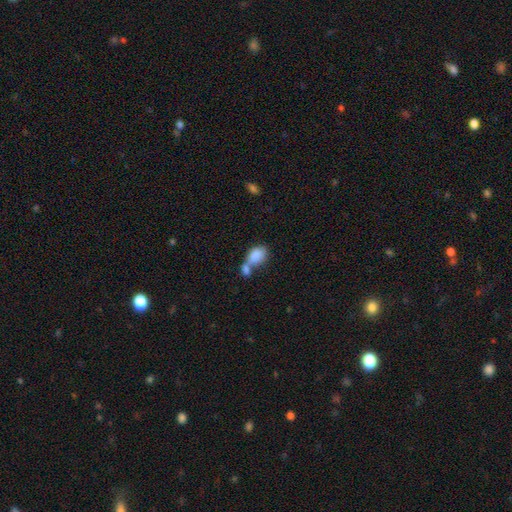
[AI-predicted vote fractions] Smooth or featured? smooth (83%)
How rounded? in between (81%)
Merging? merger (60%)